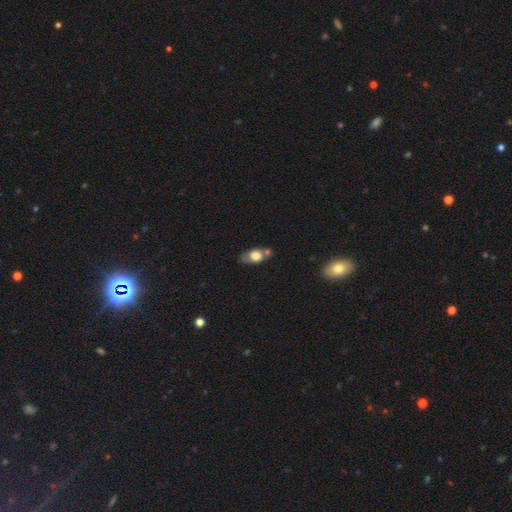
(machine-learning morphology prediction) Smooth or featured? Predicted: smooth (p=0.67). How rounded? Predicted: in between (p=0.78). Merging? Predicted: none (p=0.45).